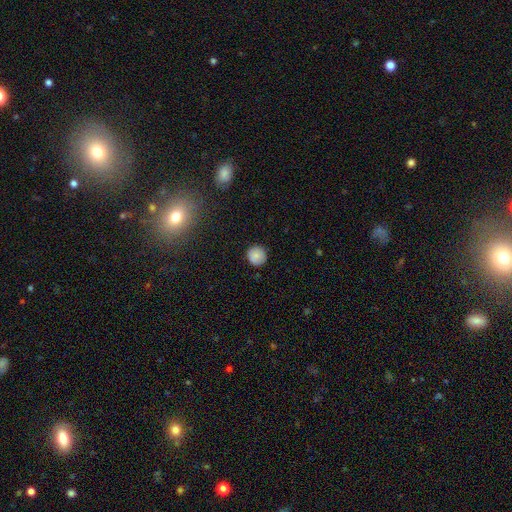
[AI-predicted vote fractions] smooth_or_featured: smooth (p=0.80) [alt: featured or disk p=0.10]
how_rounded: round (p=0.93) [alt: in between p=0.06]
merging: none (p=0.86) [alt: minor disturbance p=0.11]